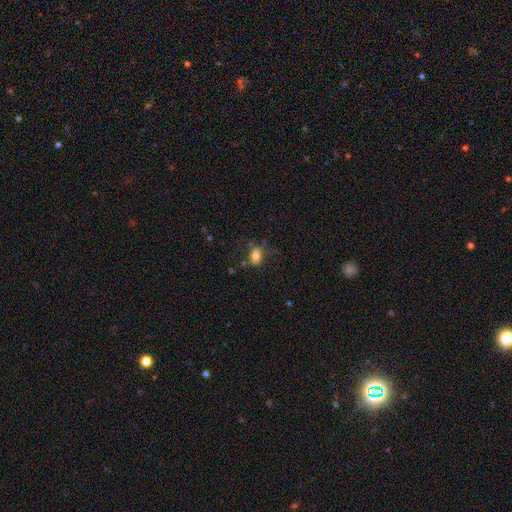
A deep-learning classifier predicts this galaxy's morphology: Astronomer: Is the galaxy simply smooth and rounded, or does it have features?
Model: smooth — 77%.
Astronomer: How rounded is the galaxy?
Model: in between — 79%.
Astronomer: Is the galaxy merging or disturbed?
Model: none — 65%.